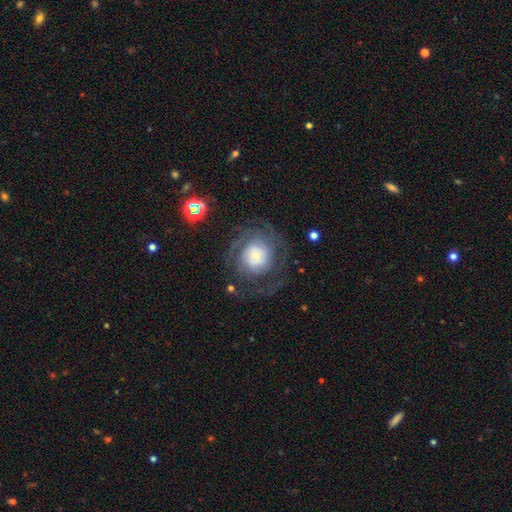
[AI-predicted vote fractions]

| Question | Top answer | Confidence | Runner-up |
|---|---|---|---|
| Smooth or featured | featured or disk | 68% | smooth (24%) |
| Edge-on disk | no | 97% | yes (3%) |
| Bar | no | 77% | weak (18%) |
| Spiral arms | yes | 86% | no (14%) |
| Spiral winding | tight | 52% | medium (32%) |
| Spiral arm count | can't tell | 36% | 2 (24%) |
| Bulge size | large | 35% | small (29%) |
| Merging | none | 62% | major disturbance (20%) |